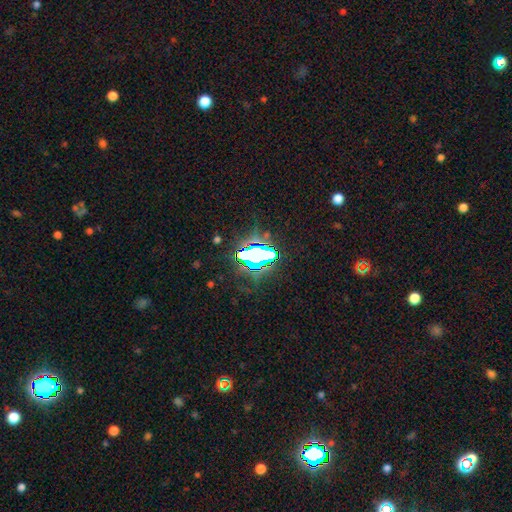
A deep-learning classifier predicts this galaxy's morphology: Overall: star or artifact (63%).